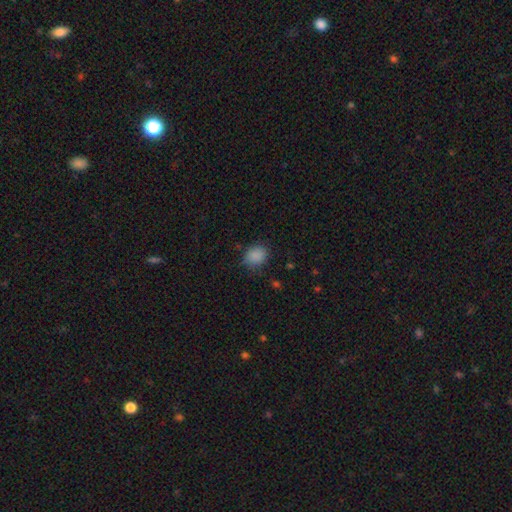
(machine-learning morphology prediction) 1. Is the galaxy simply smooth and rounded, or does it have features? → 86% smooth, 10% star or artifact, 4% featured or disk.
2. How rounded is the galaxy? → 53% round, 46% in between, 1% cigar-shaped.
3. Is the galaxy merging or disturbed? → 74% none, 20% minor disturbance, 5% major disturbance, 1% merger.